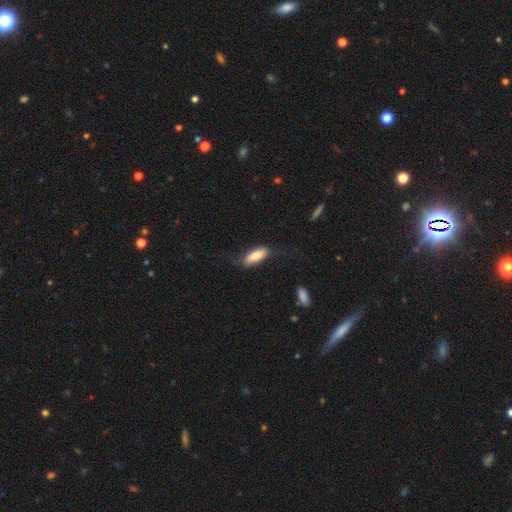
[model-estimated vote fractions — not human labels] Overall: smooth (81%). How rounded: in between (68%; cigar-shaped 30%). Merging: none (64%).